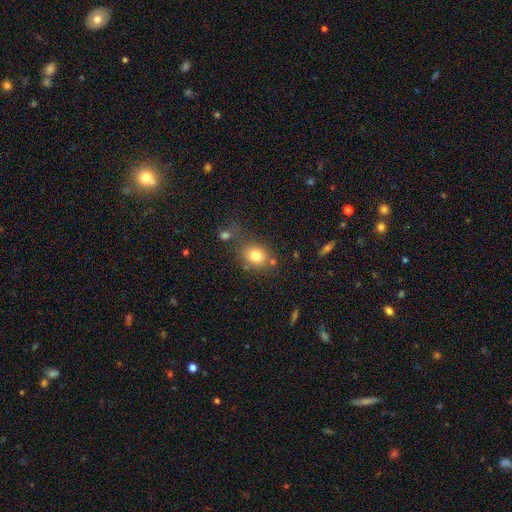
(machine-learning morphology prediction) Smooth or featured? Predicted: smooth (p=0.80). How rounded? Predicted: round (p=0.56). Merging? Predicted: none (p=0.65).